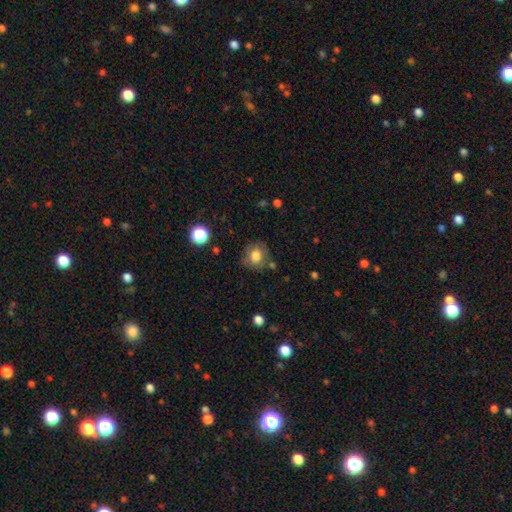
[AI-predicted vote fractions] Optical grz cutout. It shows a smooth galaxy with no disk features (77%) that is round (79%). Merging: none (78%).